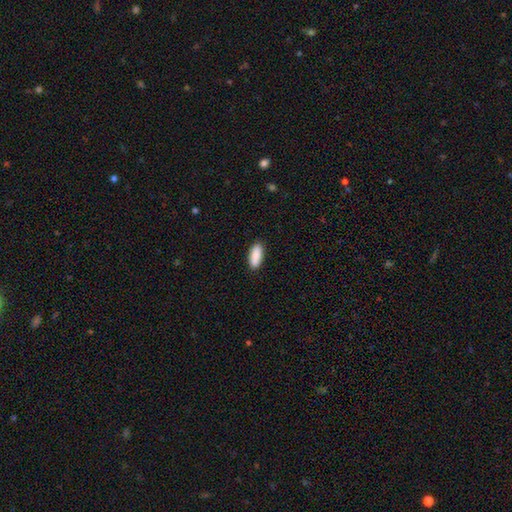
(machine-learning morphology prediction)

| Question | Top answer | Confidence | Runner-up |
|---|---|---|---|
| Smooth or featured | smooth | 90% | star or artifact (6%) |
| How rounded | in between | 78% | cigar-shaped (21%) |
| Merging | none | 89% | minor disturbance (8%) |